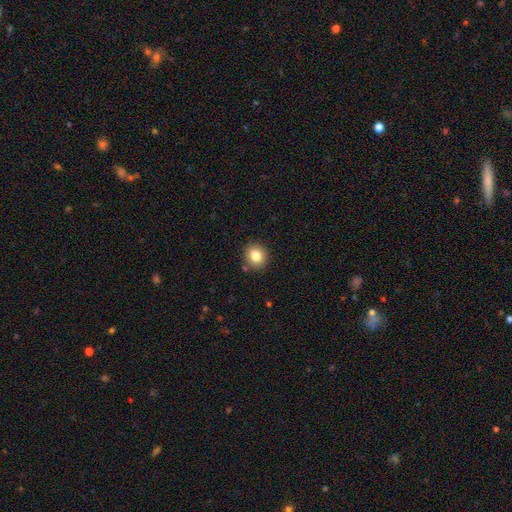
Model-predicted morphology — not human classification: This is clearly a smooth galaxy (81%). How rounded: likely round (79%). Merging: clearly none (87%).